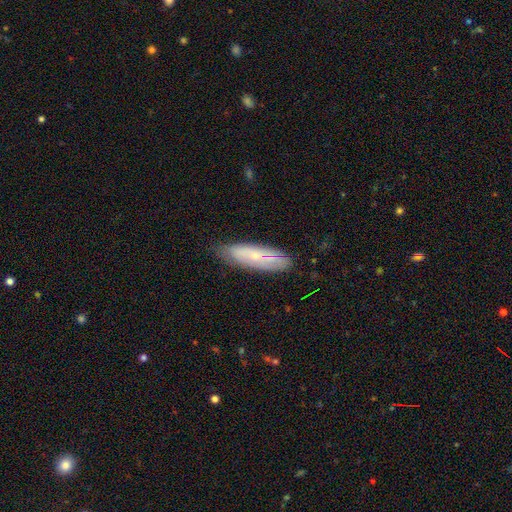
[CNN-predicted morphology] Q: Smooth or featured?
A: featured or disk (49%); runner-up: smooth (43%)
Q: Merging?
A: none (77%); runner-up: minor disturbance (18%)